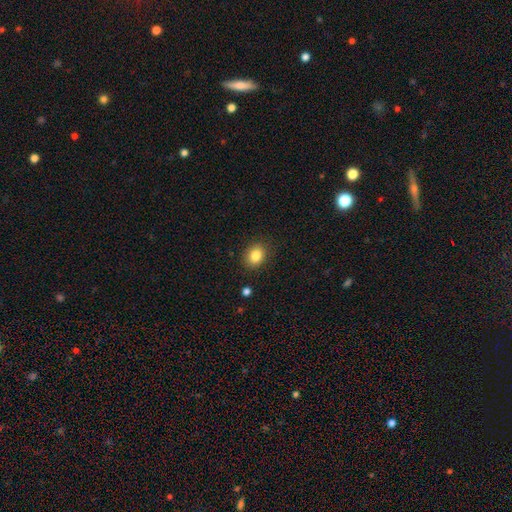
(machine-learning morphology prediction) A smooth galaxy with no disk features (84%) that is round (53%). Merging: none (87%).